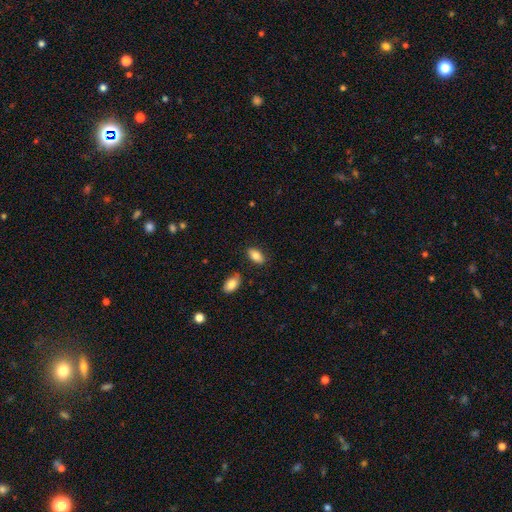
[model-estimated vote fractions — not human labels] The model was most divided on "merging": none: 83%, minor disturbance: 12%, merger: 3%, major disturbance: 3%. More confident: how rounded — in between (92%); smooth or featured — smooth (83%).